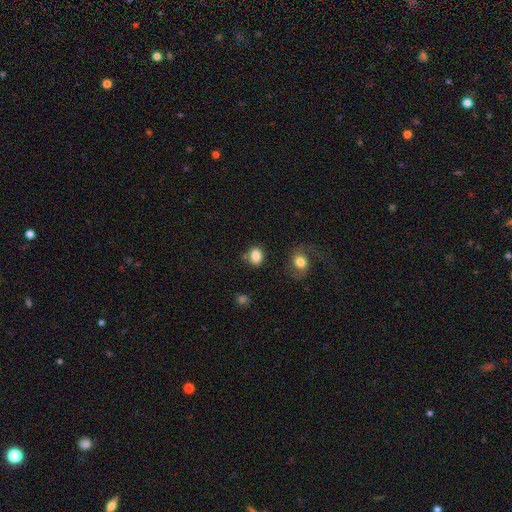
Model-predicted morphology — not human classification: Overall: smooth (84%). How rounded: round (52%; in between 47%). Merging: none (69%).